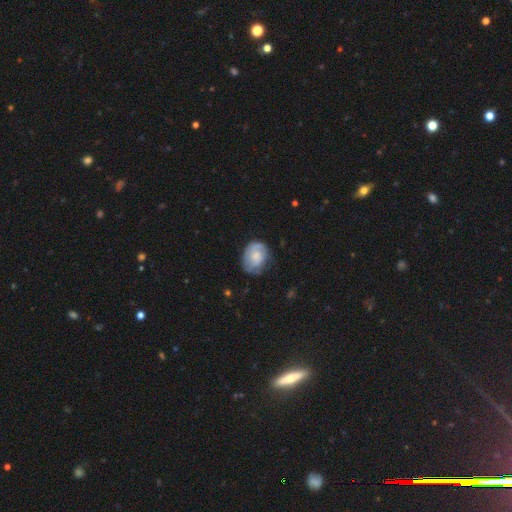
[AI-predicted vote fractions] A featured or disk galaxy (55%) with no bar (71%), spiral arms (82%) and a small central bulge (38%).

Vote fractions:
- Smooth or featured? featured or disk: 55% / smooth: 38% / star or artifact: 7%
- Edge-on disk? no: 97% / yes: 3%
- Bar? no: 71% / weak: 26% / strong: 4%
- Spiral arms? yes: 82% / no: 18%
- Bulge size? small: 38% / moderate: 36% / none: 16% / large: 9% / dominant: 2%
- Merging? none: 66% / minor disturbance: 24% / major disturbance: 9% / merger: 1%